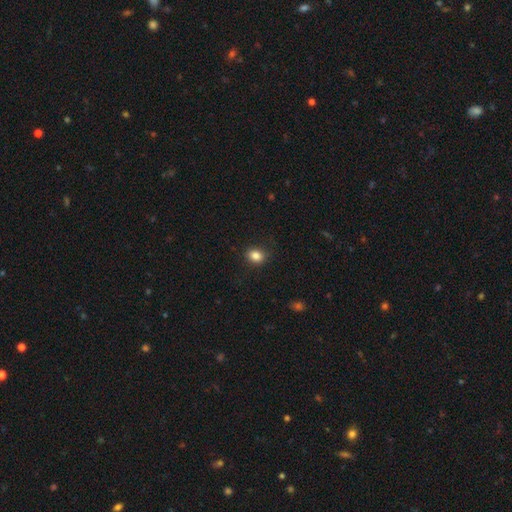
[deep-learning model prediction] A smooth galaxy with no disk features (85%) that is in between round and cigar-shaped (52%). Merging: none (87%).